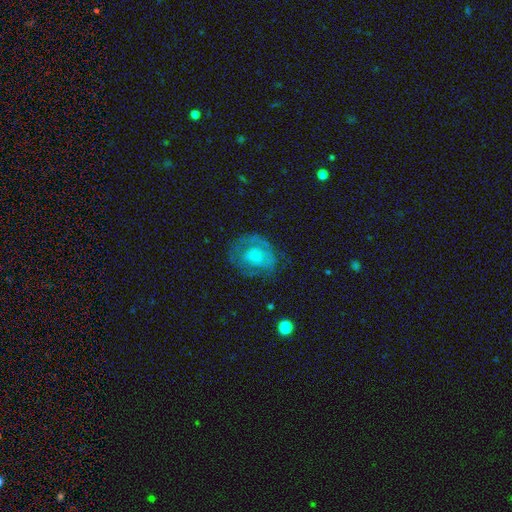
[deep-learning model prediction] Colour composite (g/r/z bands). It shows a featured or disk galaxy (47%). Merging: none (55%).